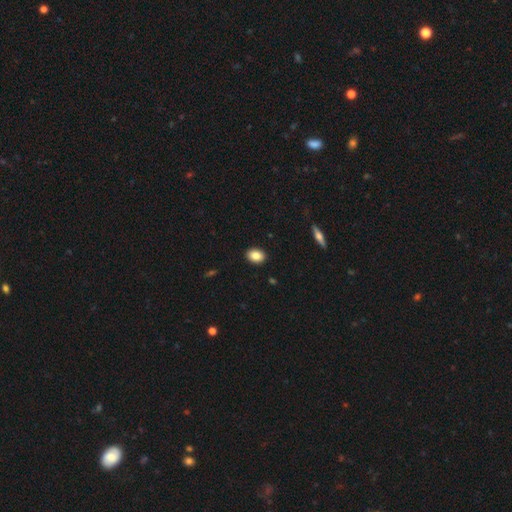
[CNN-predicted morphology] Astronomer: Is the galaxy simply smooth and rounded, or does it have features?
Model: smooth — 86%.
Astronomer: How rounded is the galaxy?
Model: in between — 78%.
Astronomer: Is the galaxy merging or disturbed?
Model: none — 91%.